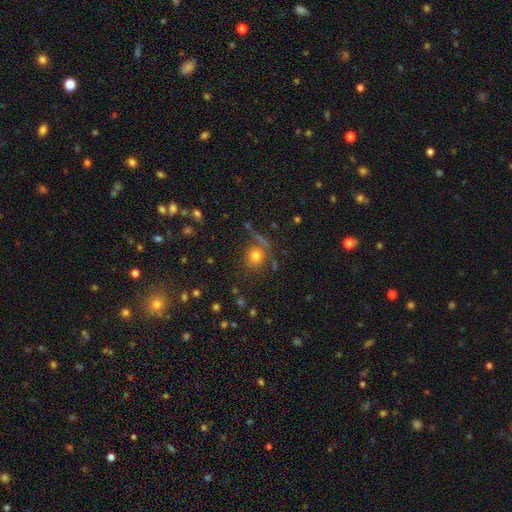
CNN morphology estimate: smooth_or_featured: smooth (p=0.74) [alt: star or artifact p=0.14]
how_rounded: round (p=0.86) [alt: in between p=0.13]
merging: none (p=0.68) [alt: minor disturbance p=0.13]